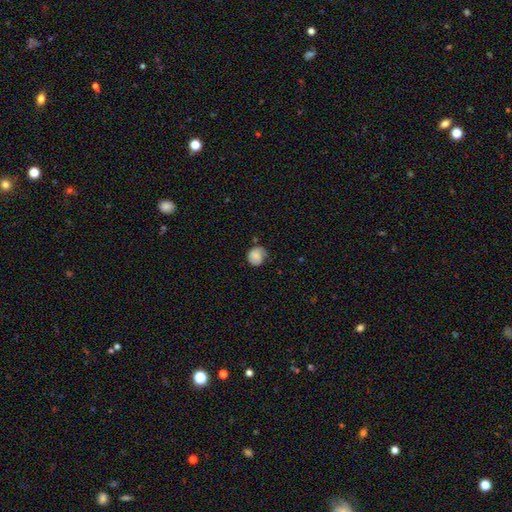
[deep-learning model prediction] Morphology: type=smooth (74%); roundness=round (76%); merging=none (58%).